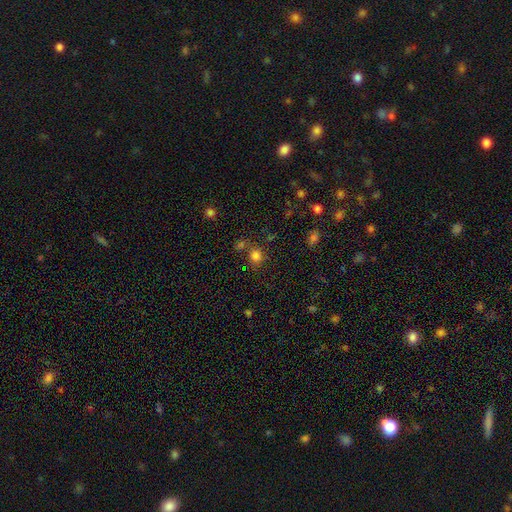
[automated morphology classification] smooth_or_featured: smooth (p=0.78) [alt: star or artifact p=0.17]
how_rounded: round (p=0.79) [alt: in between p=0.20]
merging: none (p=0.69) [alt: merger p=0.15]